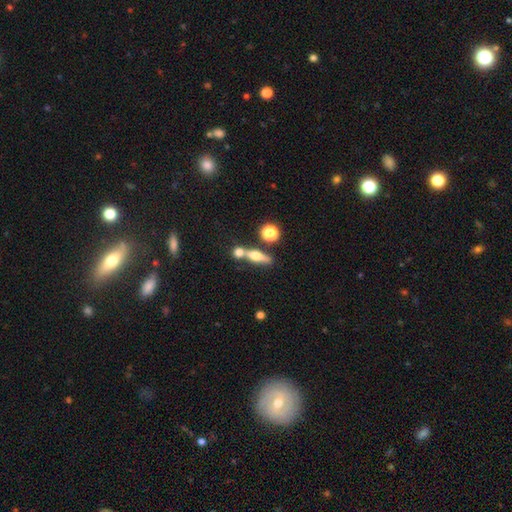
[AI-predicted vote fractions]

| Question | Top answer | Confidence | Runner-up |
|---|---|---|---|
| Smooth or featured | smooth | 49% | featured or disk (41%) |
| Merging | none | 54% | merger (31%) |